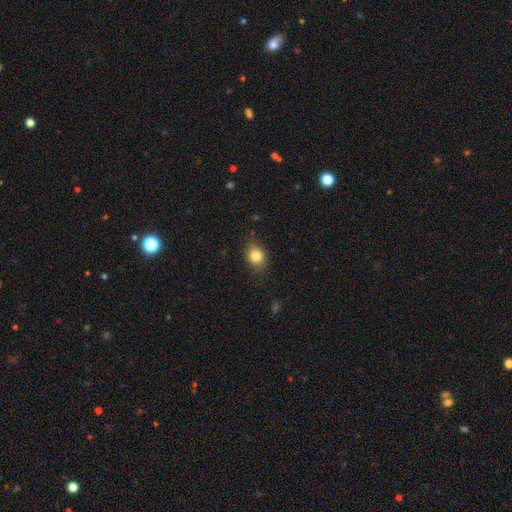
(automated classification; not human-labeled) smooth 82%, star or artifact 10%, featured or disk 8%. Down the decision tree: how rounded — round (51%); merging — none (79%).